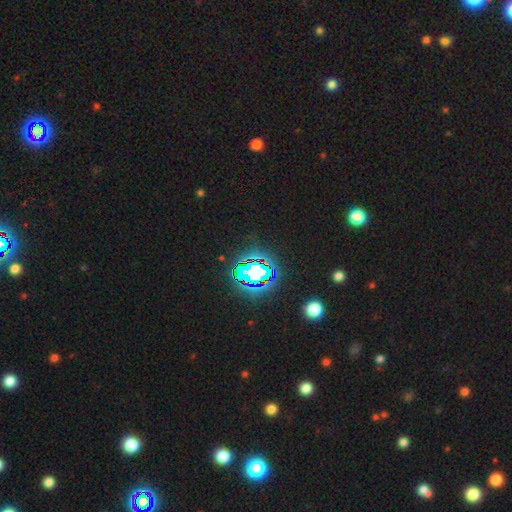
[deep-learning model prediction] star or artifact 79%, smooth 14%, featured or disk 8%.